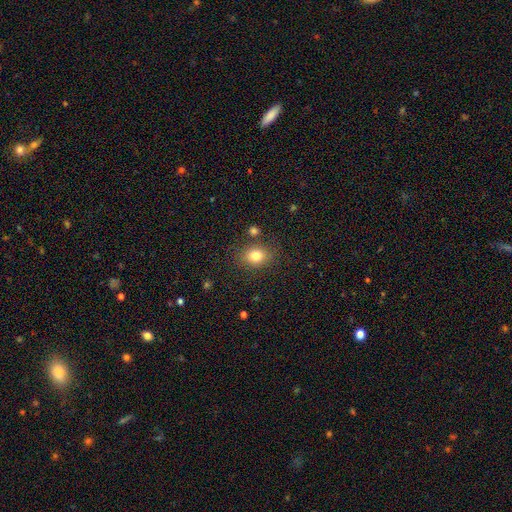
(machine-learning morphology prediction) This is clearly a smooth galaxy (80%). How rounded: possibly round (51%). Merging: likely none (79%).